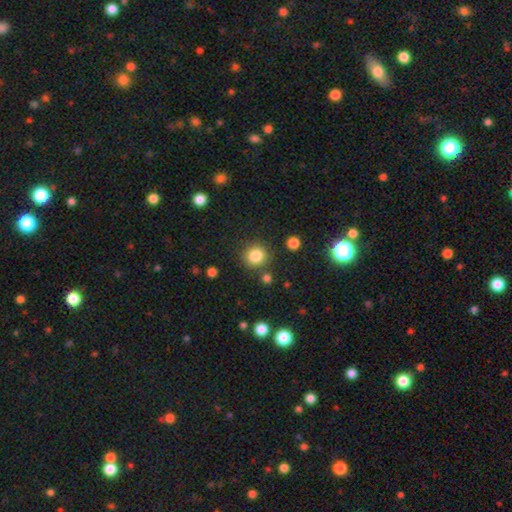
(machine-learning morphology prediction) Smooth or featured?
  - smooth: 84% *
  - star or artifact: 11%
  - featured or disk: 5%
How rounded?
  - round: 92% *
  - in between: 8%
  - cigar-shaped: 1%
Merging?
  - none: 85% *
  - minor disturbance: 8%
  - merger: 5%
  - major disturbance: 3%